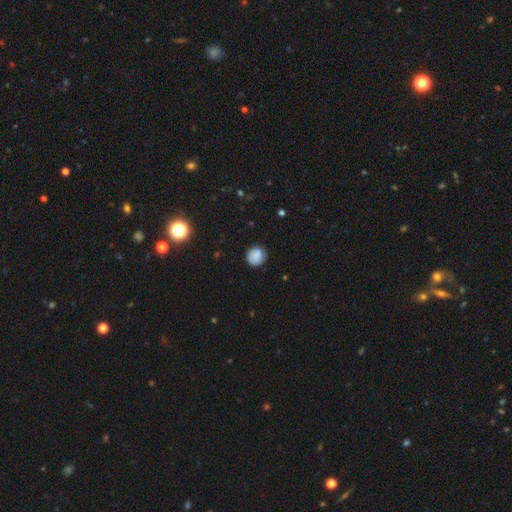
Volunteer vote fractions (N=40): smooth 92%, featured or disk 5%, star or artifact 2%. Down the decision tree: how rounded — round (81%); merging — none (72%).